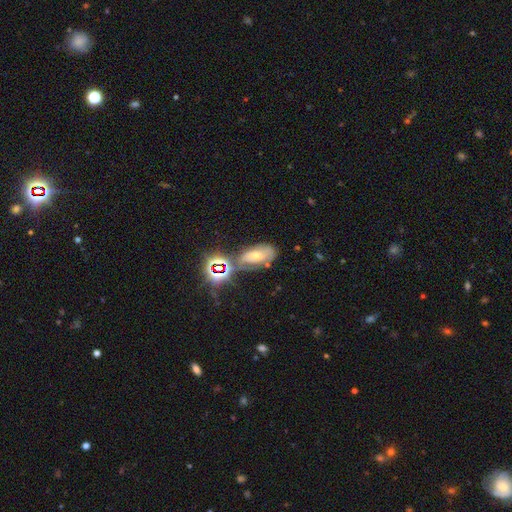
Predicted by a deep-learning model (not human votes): Smooth or featured?
  - star or artifact: 42% *
  - featured or disk: 35%
  - smooth: 23%